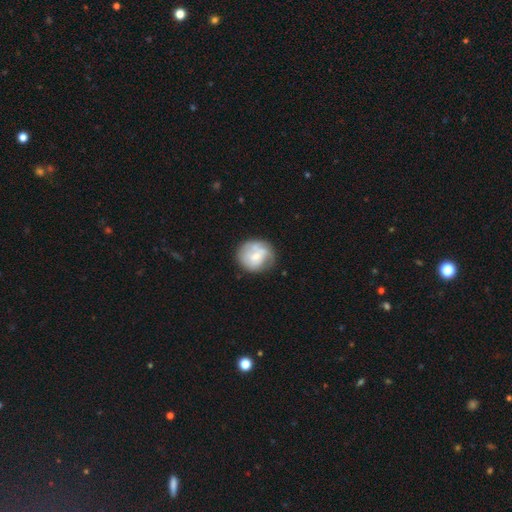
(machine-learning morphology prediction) Smooth or featured?
  - smooth: 51% *
  - featured or disk: 42%
  - star or artifact: 7%
How rounded?
  - round: 83% *
  - in between: 16%
  - cigar-shaped: 1%
Merging?
  - none: 61% *
  - minor disturbance: 23%
  - major disturbance: 10%
  - merger: 6%